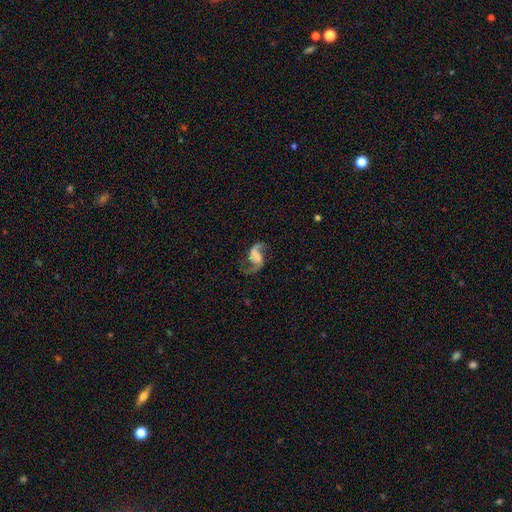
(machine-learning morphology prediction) smooth_or_featured: featured or disk (p=0.88) [alt: smooth p=0.06]
disk_edge_on: no (p=0.98) [alt: yes p=0.02]
bar: weak (p=0.43) [alt: no p=0.35]
has_spiral_arms: yes (p=0.97) [alt: no p=0.03]
spiral_winding: loose (p=0.71) [alt: medium p=0.25]
spiral_arm_count: 2 (p=0.92) [alt: 1 p=0.03]
bulge_size: none (p=0.57) [alt: small p=0.17]
merging: none (p=0.74) [alt: minor disturbance p=0.13]